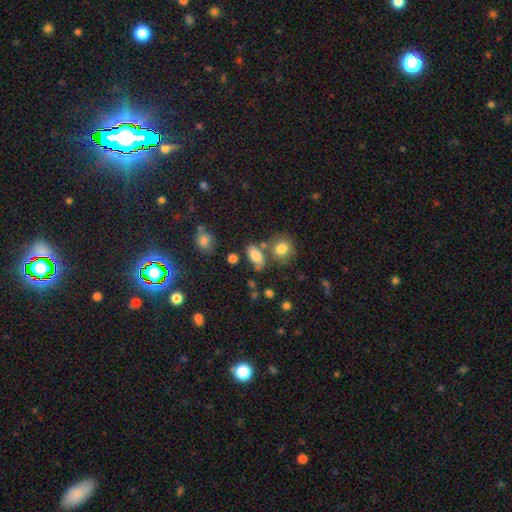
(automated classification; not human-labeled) Smooth or featured?
  - smooth: 82% *
  - star or artifact: 10%
  - featured or disk: 9%
How rounded?
  - in between: 86% *
  - round: 10%
  - cigar-shaped: 4%
Merging?
  - none: 59% *
  - merger: 19%
  - minor disturbance: 16%
  - major disturbance: 6%